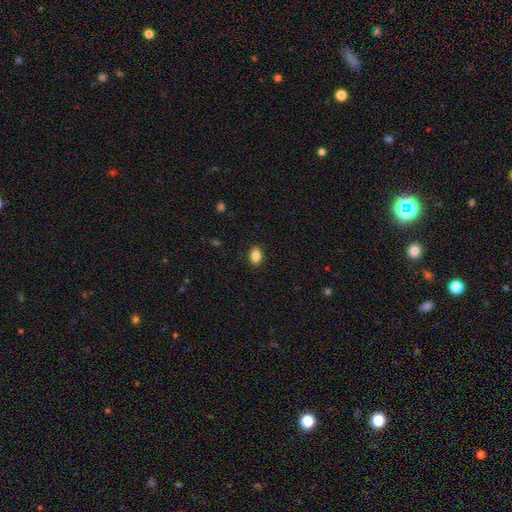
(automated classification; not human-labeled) Q: Smooth or featured?
A: smooth (86%); runner-up: star or artifact (8%)
Q: How rounded?
A: in between (86%); runner-up: round (12%)
Q: Merging?
A: none (88%); runner-up: minor disturbance (8%)